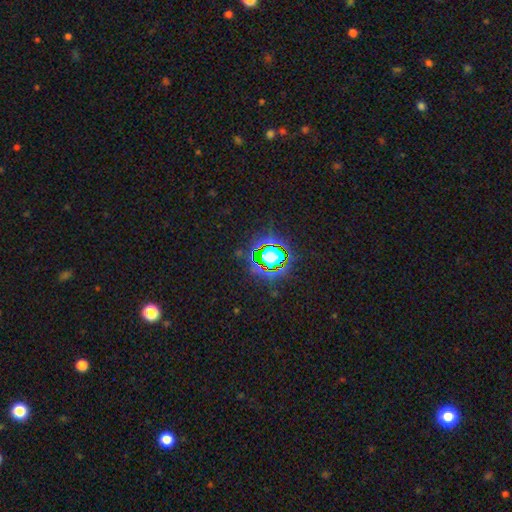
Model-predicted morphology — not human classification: Smooth or featured: star or artifact — 77% (smooth — 14%)